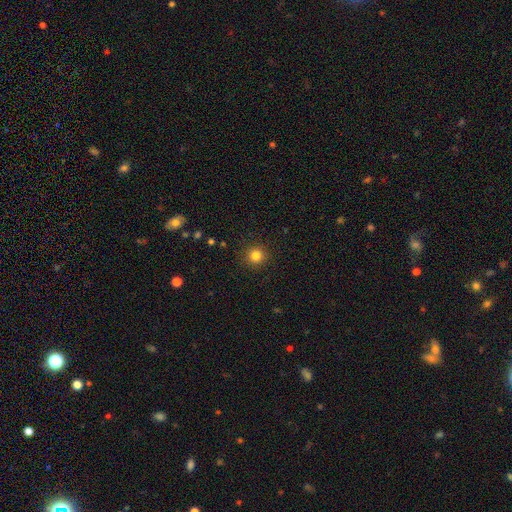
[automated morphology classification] This appears to be a smooth galaxy with no disk features (82%) that is round (94%). Merging: none (91%).